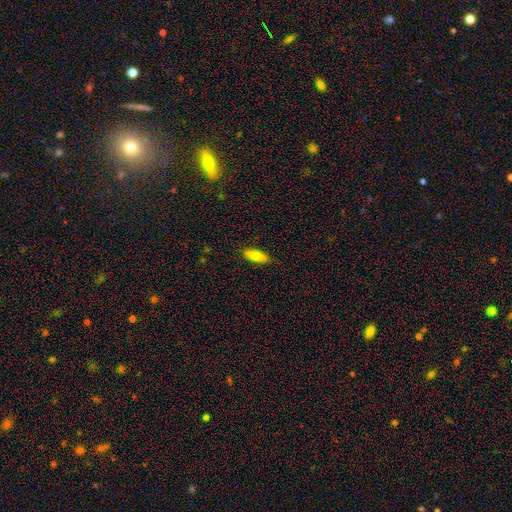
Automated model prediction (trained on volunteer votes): The model was most divided on "how rounded": in between: 69%, cigar-shaped: 29%, round: 2%. More confident: merging — none (83%); smooth or featured — smooth (76%).